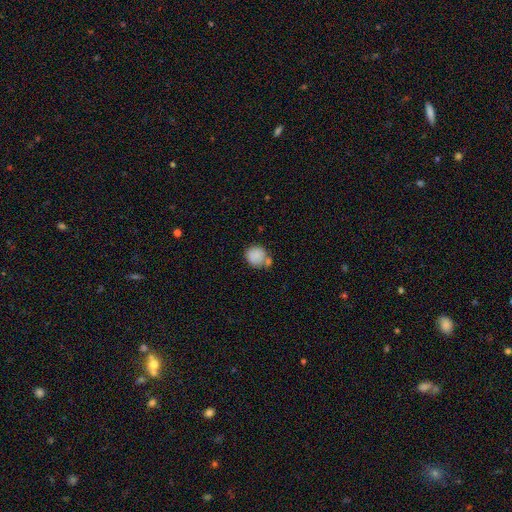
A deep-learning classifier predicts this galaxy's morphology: Smooth or featured: smooth — 85% (star or artifact — 8%)
How rounded: round — 87% (in between — 12%)
Merging: none — 56% (merger — 23%)